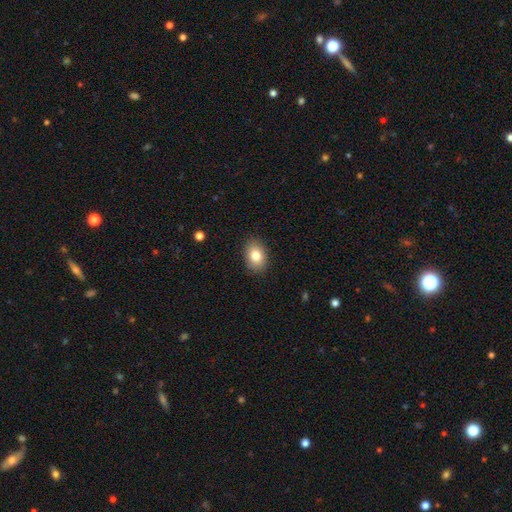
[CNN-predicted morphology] Overall: smooth (82%). How rounded: in between (76%). Merging: none (87%).